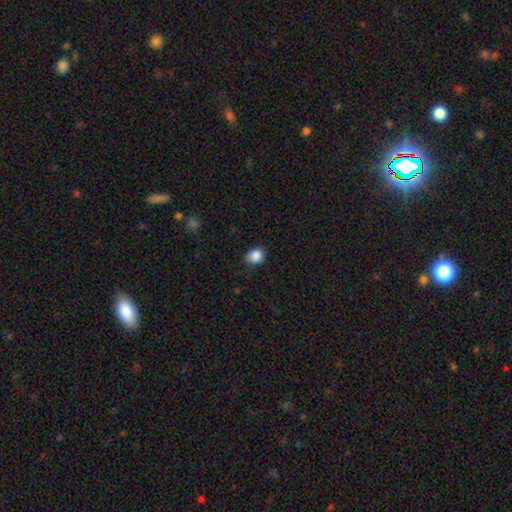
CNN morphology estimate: Smooth or featured? Predicted: smooth (p=0.87). How rounded? Predicted: round (p=0.62). Merging? Predicted: none (p=0.78).